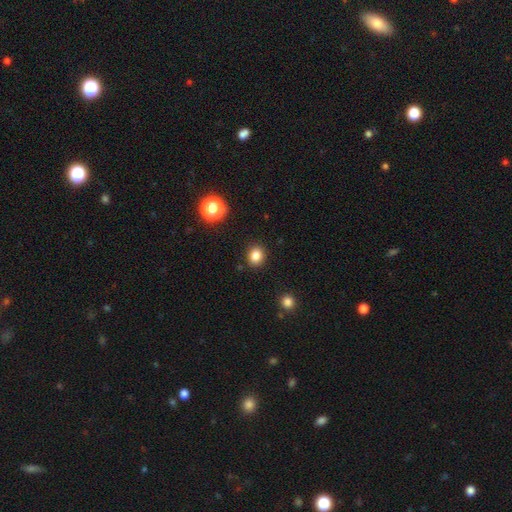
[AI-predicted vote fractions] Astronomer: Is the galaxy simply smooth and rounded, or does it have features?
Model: smooth — 83%.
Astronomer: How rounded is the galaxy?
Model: round — 70%.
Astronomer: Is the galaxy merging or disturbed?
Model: none — 90%.